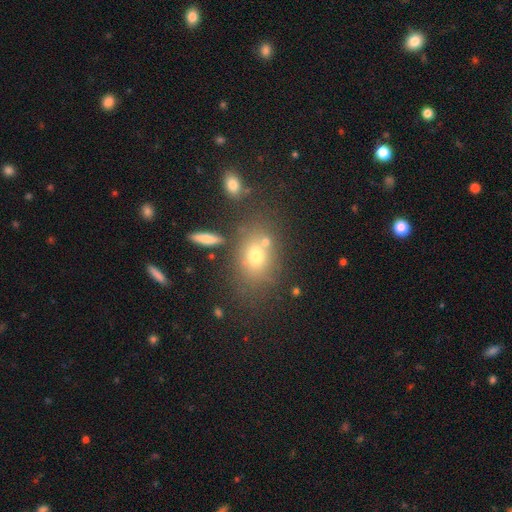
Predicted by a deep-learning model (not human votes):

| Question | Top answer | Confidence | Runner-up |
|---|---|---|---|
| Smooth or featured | smooth | 67% | featured or disk (17%) |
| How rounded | in between | 63% | round (35%) |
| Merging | none | 62% | merger (18%) |